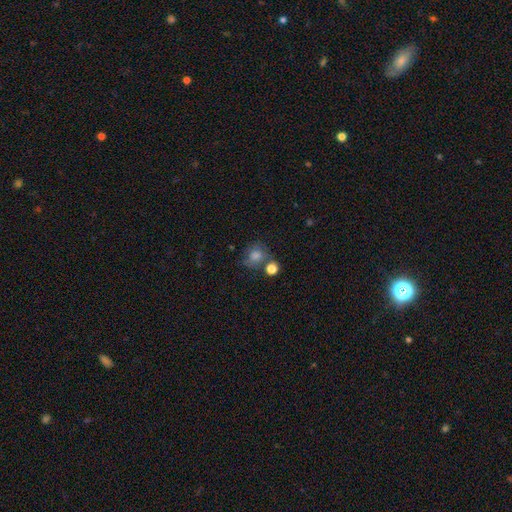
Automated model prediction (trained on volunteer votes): A smooth galaxy with no disk features (60%) that is round (71%).

Vote fractions:
- Smooth or featured? smooth: 60% / featured or disk: 20% / star or artifact: 19%
- How rounded? round: 71% / in between: 27% / cigar-shaped: 1%
- Merging? none: 58% / minor disturbance: 18% / merger: 14% / major disturbance: 10%